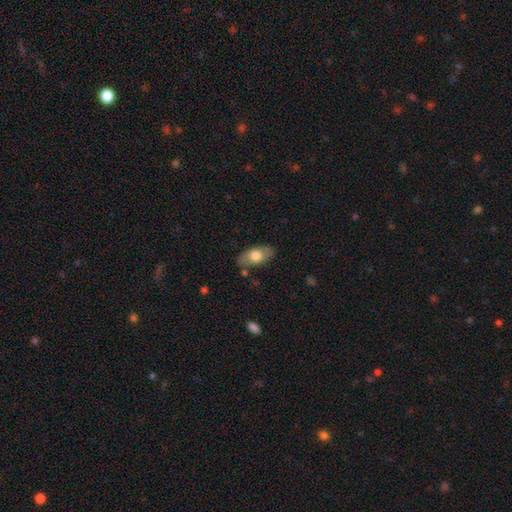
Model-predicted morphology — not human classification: This is likely a smooth galaxy (65%). How rounded: clearly in between (91%). Merging: likely none (78%).